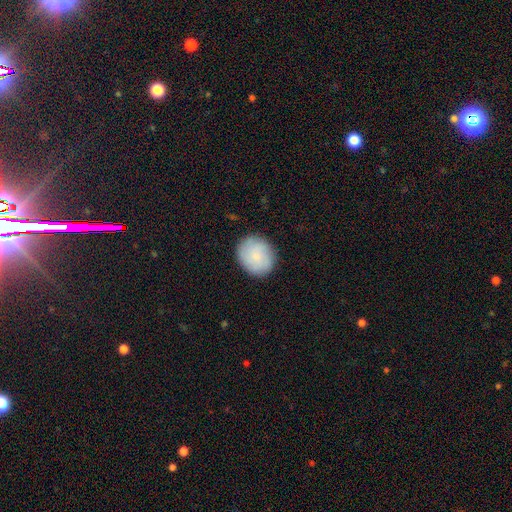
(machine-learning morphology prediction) Smooth or featured?
  - smooth: 72% *
  - featured or disk: 21%
  - star or artifact: 7%
How rounded?
  - round: 72% *
  - in between: 27%
  - cigar-shaped: 1%
Merging?
  - none: 86% *
  - minor disturbance: 11%
  - major disturbance: 3%
  - merger: 1%